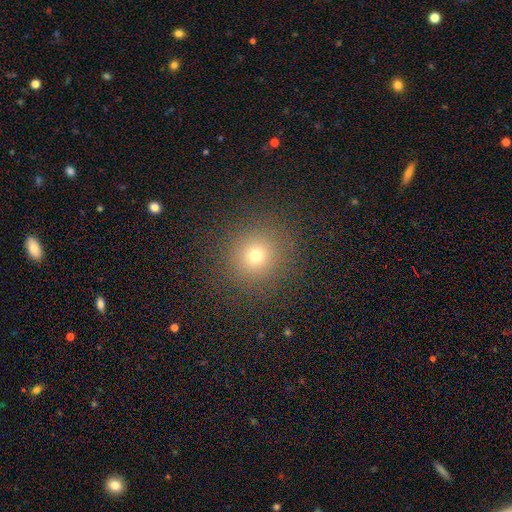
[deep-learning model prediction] The model was most divided on "smooth or featured": smooth: 70%, star or artifact: 21%, featured or disk: 9%. More confident: how rounded — round (93%); merging — none (89%).